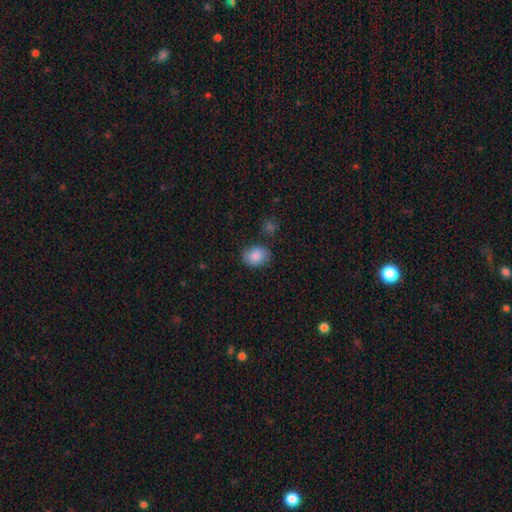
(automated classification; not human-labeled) Morphology: type=smooth (87%); roundness=in between (57%); merging=none (78%).